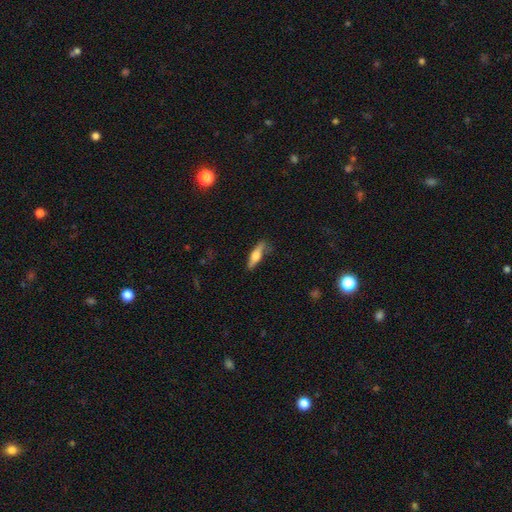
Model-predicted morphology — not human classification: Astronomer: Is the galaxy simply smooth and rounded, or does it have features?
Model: smooth — 59% (runner-up: featured or disk, 35%).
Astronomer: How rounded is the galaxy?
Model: cigar-shaped — 68%.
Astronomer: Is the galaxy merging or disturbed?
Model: none — 75%.